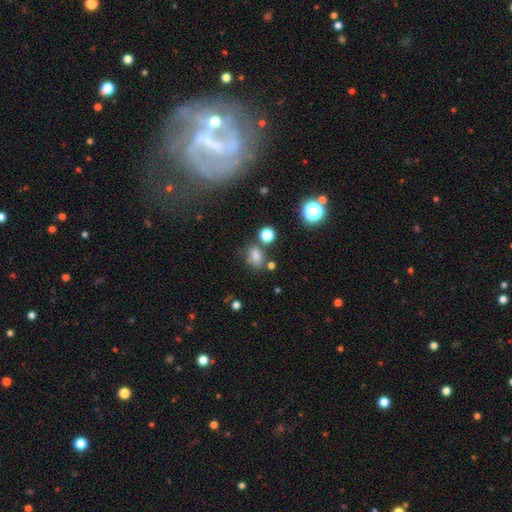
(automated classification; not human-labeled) smooth 74%, star or artifact 18%, featured or disk 8%. Down the decision tree: how rounded — in between (70%); merging — none (61%).